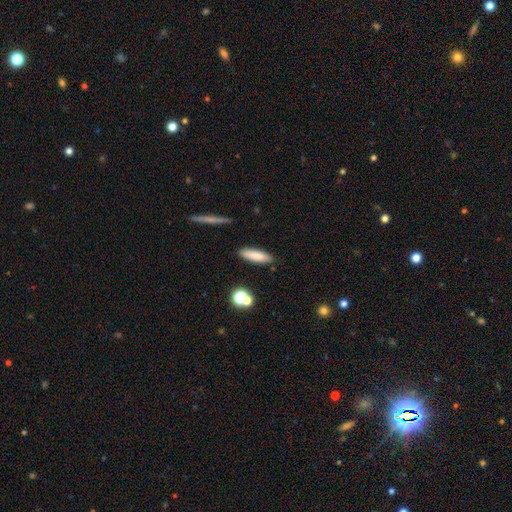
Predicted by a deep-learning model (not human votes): Overall: smooth (82%). How rounded: cigar-shaped (61%; in between 37%). Merging: none (86%).